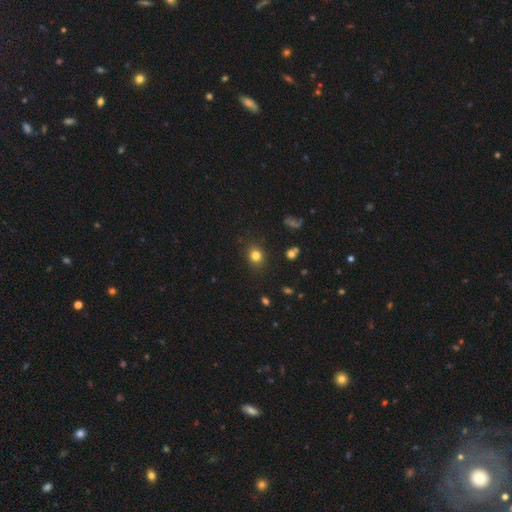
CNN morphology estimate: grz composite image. It shows a smooth galaxy with no disk features (79%) that is round (67%). Merging: none (85%).